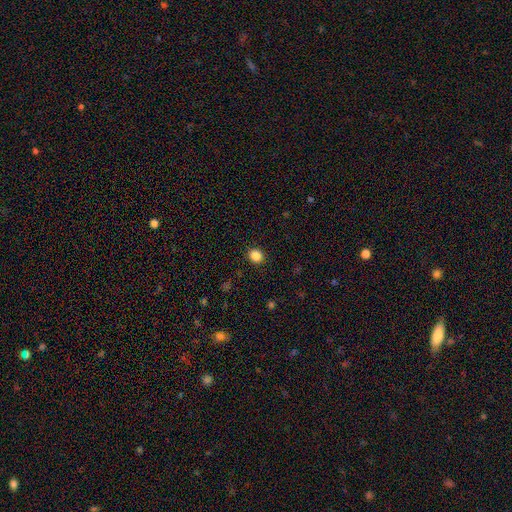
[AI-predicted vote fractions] The model was most divided on "how rounded": round: 74%, in between: 25%, cigar-shaped: 1%. More confident: merging — none (91%); smooth or featured — smooth (86%).